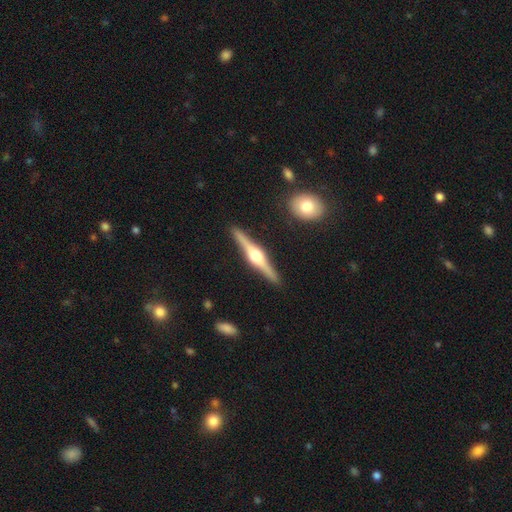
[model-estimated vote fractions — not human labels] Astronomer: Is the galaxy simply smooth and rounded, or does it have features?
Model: featured or disk — 82%.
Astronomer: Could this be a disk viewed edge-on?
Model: yes — 98%.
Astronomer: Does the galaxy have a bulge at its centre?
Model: rounded — 94%.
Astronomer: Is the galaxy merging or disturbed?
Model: none — 91%.